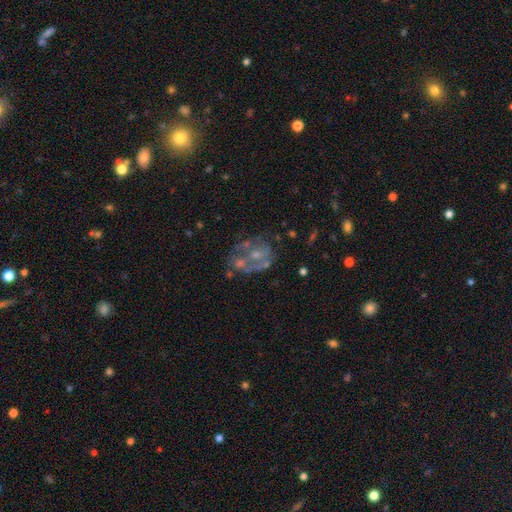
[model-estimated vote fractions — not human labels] featured or disk 65%, smooth 21%, star or artifact 14%. Down the decision tree: edge-on disk — no (98%); bar — no (80%); spiral arms — no (73%); bulge size — small (46%); merging — none (42%).